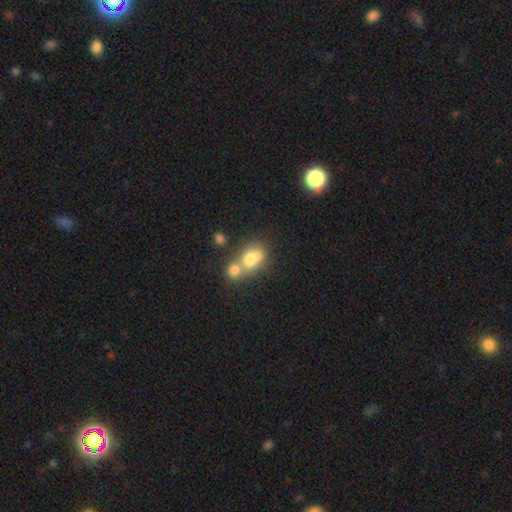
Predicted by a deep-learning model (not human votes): Smooth or featured: smooth — 66% (star or artifact — 21%)
How rounded: round — 58% (in between — 40%)
Merging: merger — 47% (none — 42%)